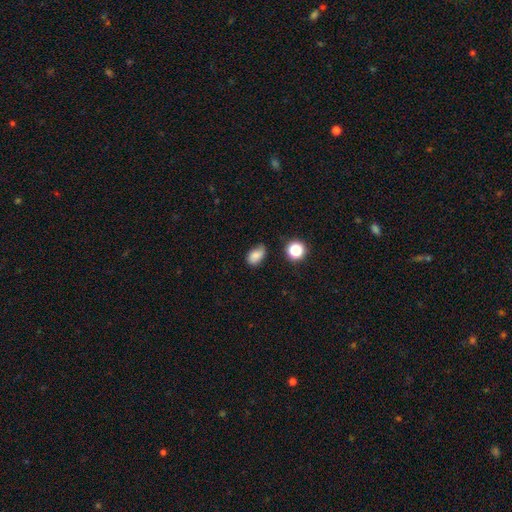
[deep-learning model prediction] Smooth or featured? smooth (76%)
How rounded? in between (83%)
Merging? none (59%)